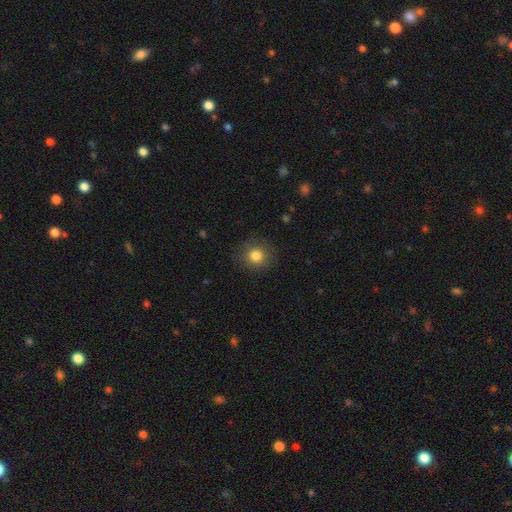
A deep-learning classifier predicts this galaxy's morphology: This is clearly a smooth galaxy (82%). How rounded: clearly round (89%). Merging: clearly none (86%).